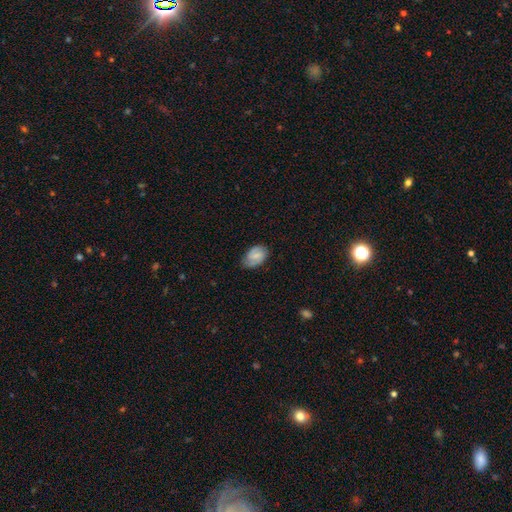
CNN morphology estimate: Smooth or featured?
  - featured or disk: 47% *
  - smooth: 45%
  - star or artifact: 8%
Merging?
  - none: 68% *
  - minor disturbance: 25%
  - major disturbance: 6%
  - merger: 1%